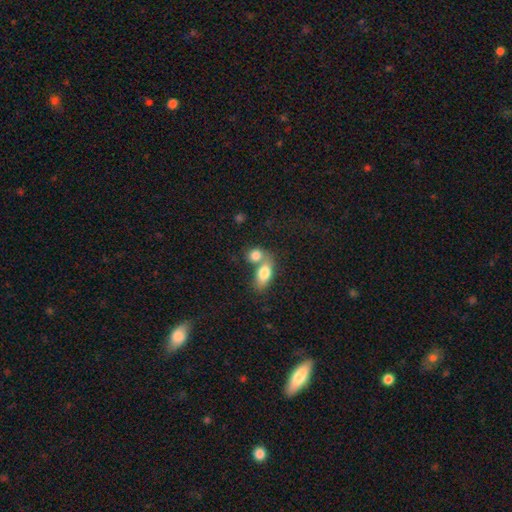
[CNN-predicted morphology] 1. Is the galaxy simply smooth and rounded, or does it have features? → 80% smooth, 12% featured or disk, 8% star or artifact.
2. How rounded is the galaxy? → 63% in between, 34% round, 3% cigar-shaped.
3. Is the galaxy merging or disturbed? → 62% merger, 26% none, 7% minor disturbance, 4% major disturbance.